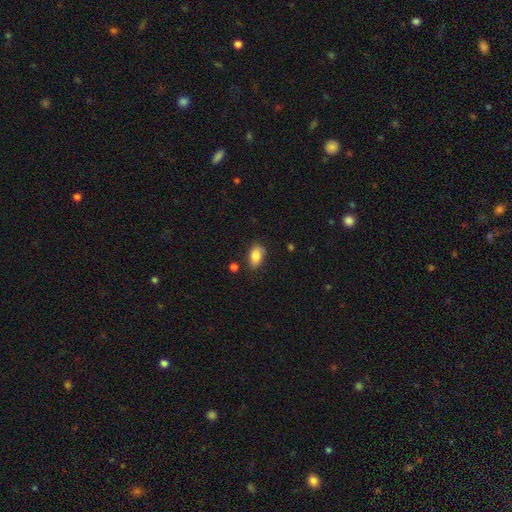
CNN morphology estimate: A smooth galaxy with no disk features (87%) that is in between round and cigar-shaped (89%).

Vote fractions:
- Smooth or featured? smooth: 87% / star or artifact: 8% / featured or disk: 5%
- How rounded? in between: 89% / round: 9% / cigar-shaped: 2%
- Merging? none: 77% / minor disturbance: 16% / major disturbance: 3% / merger: 3%